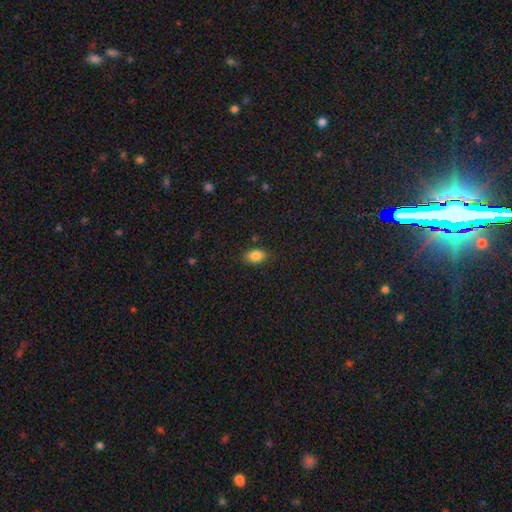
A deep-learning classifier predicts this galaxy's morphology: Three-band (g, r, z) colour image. It shows a smooth galaxy with no disk features (85%) that is in between round and cigar-shaped (81%). Merging: none (85%).